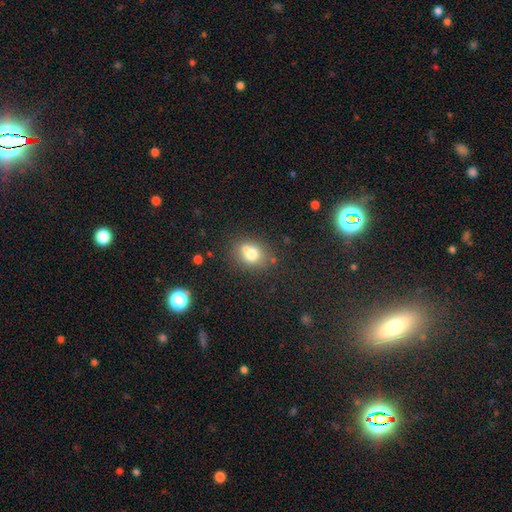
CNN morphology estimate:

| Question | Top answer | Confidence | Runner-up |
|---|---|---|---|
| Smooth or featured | smooth | 62% | star or artifact (29%) |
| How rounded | round | 55% | in between (42%) |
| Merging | none | 87% | minor disturbance (8%) |